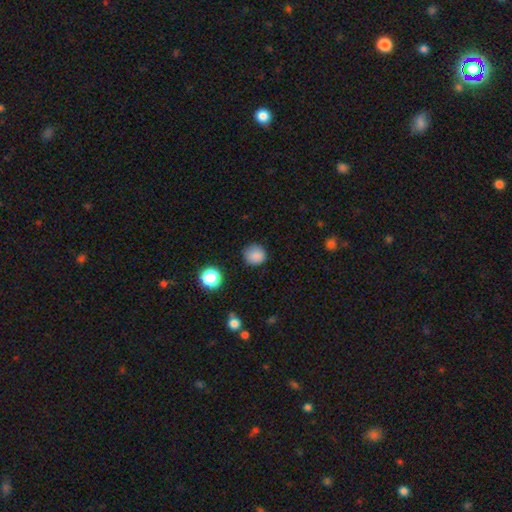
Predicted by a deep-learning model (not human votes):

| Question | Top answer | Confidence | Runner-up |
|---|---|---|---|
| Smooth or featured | smooth | 84% | star or artifact (12%) |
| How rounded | round | 91% | in between (8%) |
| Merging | none | 81% | minor disturbance (14%) |